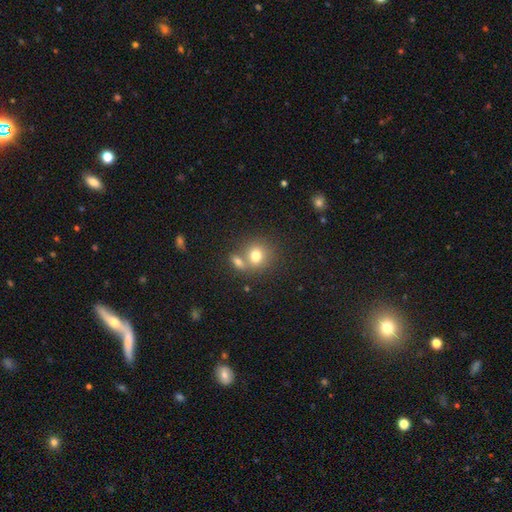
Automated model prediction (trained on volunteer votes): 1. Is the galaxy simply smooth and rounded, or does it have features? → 76% smooth, 12% featured or disk, 11% star or artifact.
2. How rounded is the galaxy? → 77% round, 22% in between, 1% cigar-shaped.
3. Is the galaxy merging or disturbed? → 49% none, 39% merger, 9% minor disturbance, 4% major disturbance.